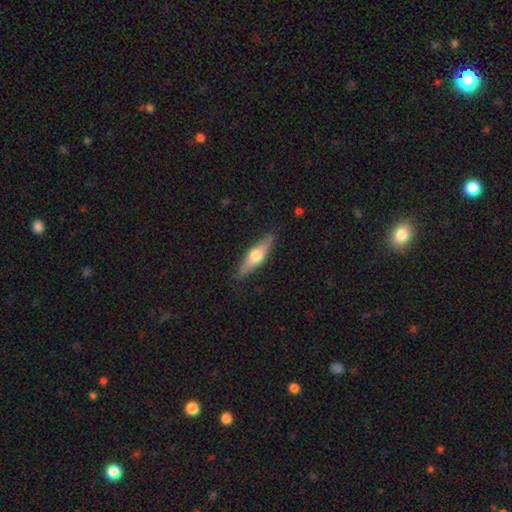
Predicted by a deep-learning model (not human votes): This appears to be a featured or disk galaxy (53%) viewed edge-on (92%). Merging: none (87%).